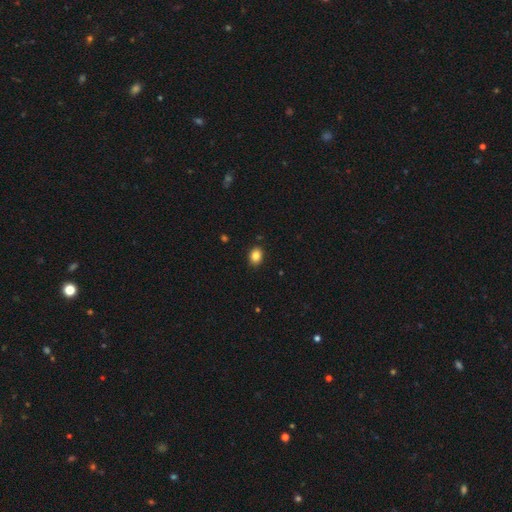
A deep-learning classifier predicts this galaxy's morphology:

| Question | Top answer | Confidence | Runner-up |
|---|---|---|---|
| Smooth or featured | smooth | 86% | star or artifact (9%) |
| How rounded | in between | 64% | round (35%) |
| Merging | none | 89% | minor disturbance (8%) |